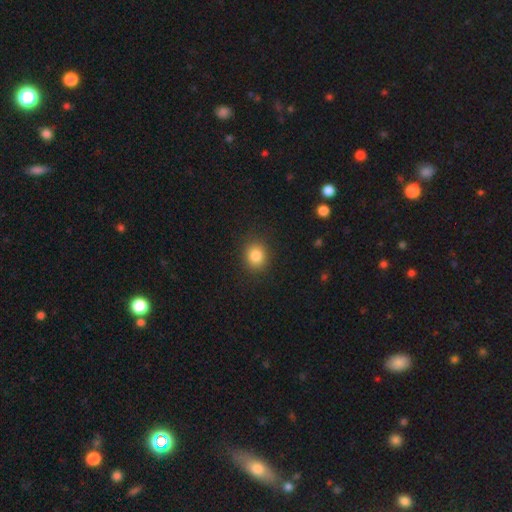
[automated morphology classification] Smooth or featured?
  - smooth: 84% *
  - star or artifact: 11%
  - featured or disk: 5%
How rounded?
  - round: 75% *
  - in between: 24%
  - cigar-shaped: 1%
Merging?
  - none: 88% *
  - minor disturbance: 8%
  - major disturbance: 3%
  - merger: 1%